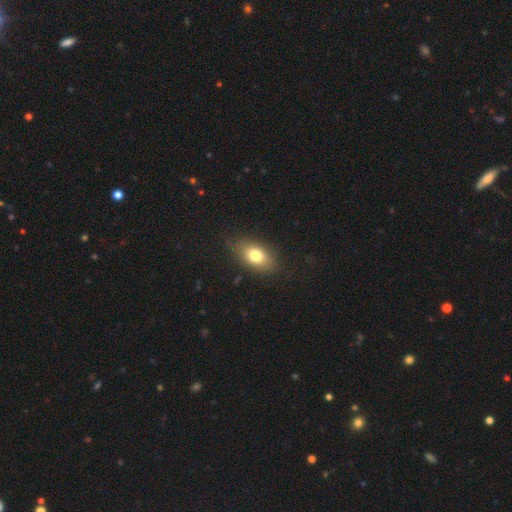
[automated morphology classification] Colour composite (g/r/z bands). It shows a smooth galaxy with no disk features (77%) that is in between round and cigar-shaped (85%). Merging: none (80%).